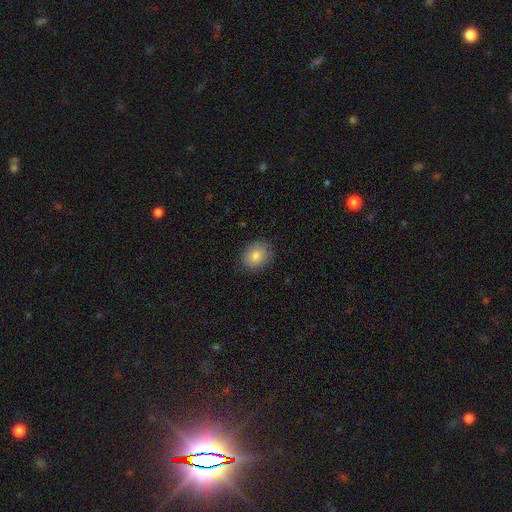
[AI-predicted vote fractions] Smooth or featured? Predicted: smooth (p=0.82). How rounded? Predicted: round (p=0.56). Merging? Predicted: none (p=0.86).